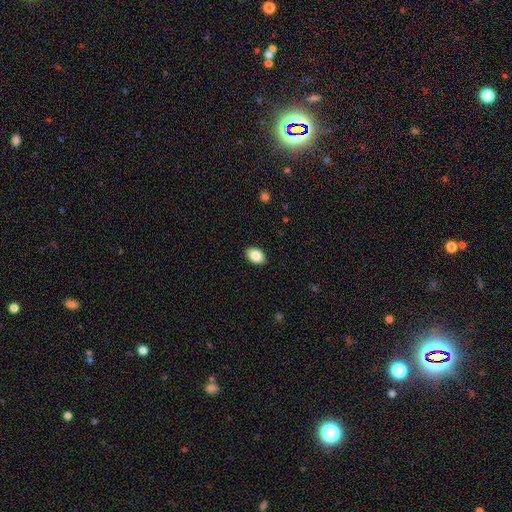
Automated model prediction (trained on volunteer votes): smooth_or_featured: smooth (p=0.87) [alt: star or artifact p=0.07]
how_rounded: in between (p=0.87) [alt: round p=0.12]
merging: none (p=0.89) [alt: minor disturbance p=0.08]